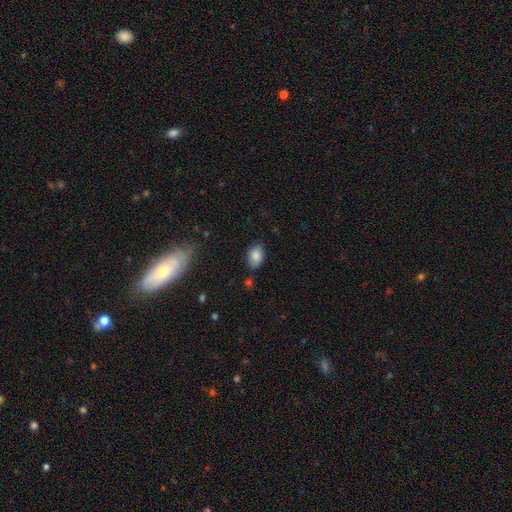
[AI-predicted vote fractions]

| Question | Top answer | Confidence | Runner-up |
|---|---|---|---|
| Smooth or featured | smooth | 83% | featured or disk (9%) |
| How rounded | in between | 82% | round (16%) |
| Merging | none | 78% | minor disturbance (16%) |